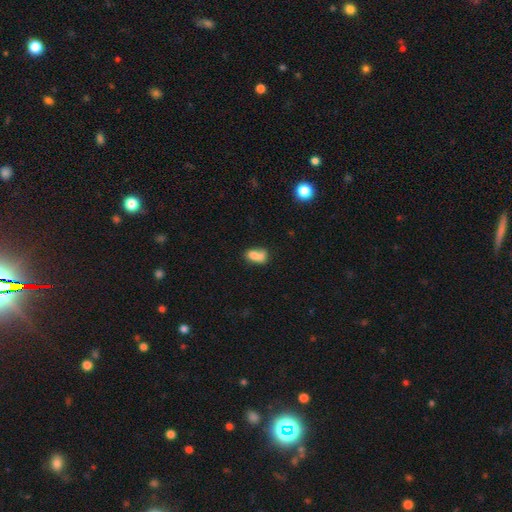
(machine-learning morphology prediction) smooth-or-featured: smooth: 73% | featured or disk: 17% | star or artifact: 10%
  how-rounded: in between: 79% | round: 18% | cigar-shaped: 4%
  merging: merger: 43% | none: 30% | minor disturbance: 17% | major disturbance: 10%